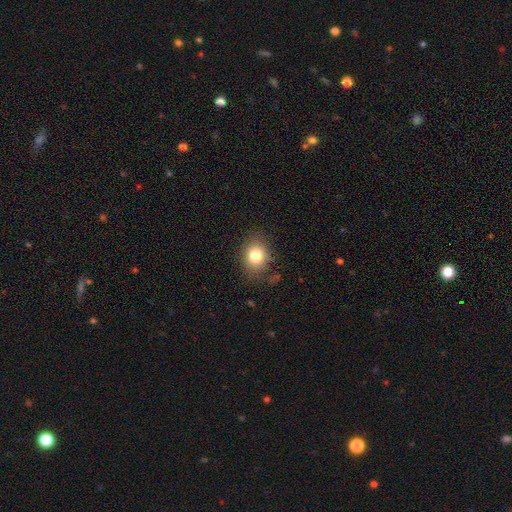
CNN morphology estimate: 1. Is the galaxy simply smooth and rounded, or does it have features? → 80% smooth, 11% star or artifact, 9% featured or disk.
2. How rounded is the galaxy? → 55% round, 44% in between, 1% cigar-shaped.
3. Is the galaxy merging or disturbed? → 80% none, 14% minor disturbance, 4% major disturbance, 2% merger.